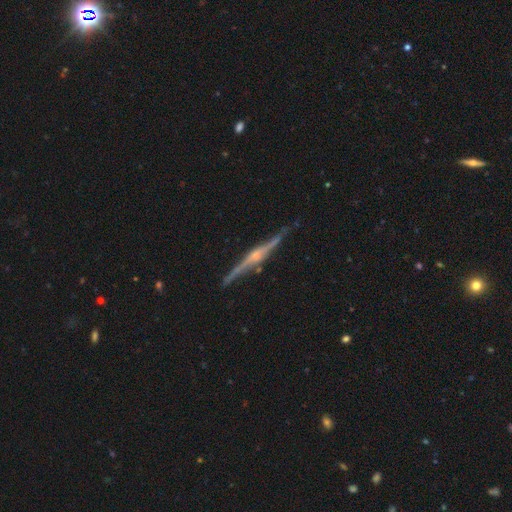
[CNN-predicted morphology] A featured or disk galaxy (86%) viewed edge-on (97%) with a rounded central bulge (74%).

Vote fractions:
- Smooth or featured? featured or disk: 86% / smooth: 8% / star or artifact: 5%
- Edge-on disk? yes: 97% / no: 3%
- Edge-on bulge? rounded: 74% / boxy: 15% / none: 11%
- Merging? none: 80% / minor disturbance: 14% / major disturbance: 3% / merger: 2%